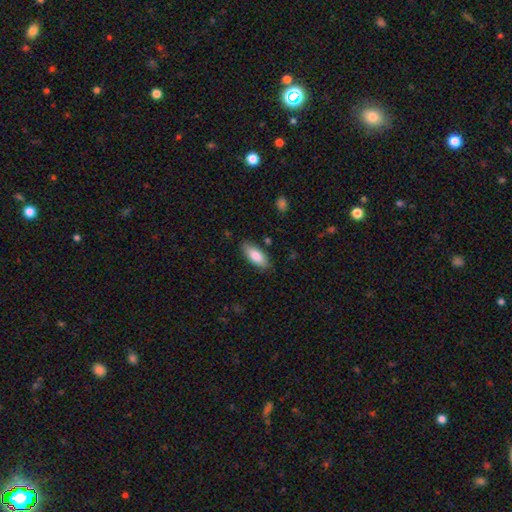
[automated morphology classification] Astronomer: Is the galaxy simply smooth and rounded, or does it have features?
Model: smooth — 85%.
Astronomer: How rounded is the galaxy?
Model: in between — 81%.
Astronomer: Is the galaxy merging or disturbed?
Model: none — 84%.